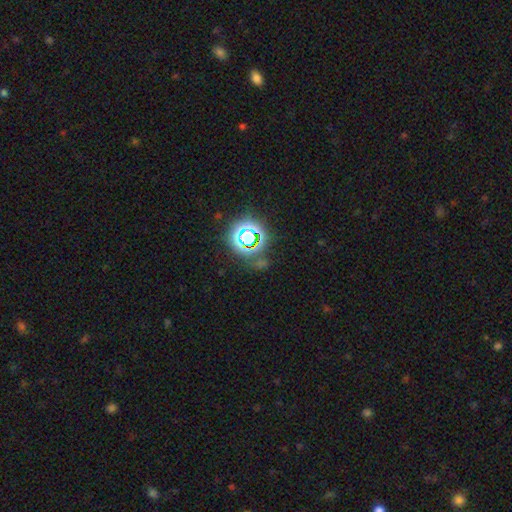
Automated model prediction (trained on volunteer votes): Smooth or featured? Predicted: star or artifact (p=0.69).